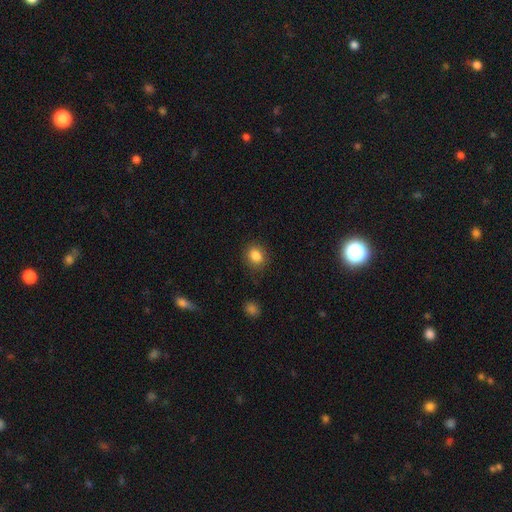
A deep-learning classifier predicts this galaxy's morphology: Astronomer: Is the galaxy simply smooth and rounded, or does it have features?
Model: smooth — 85%.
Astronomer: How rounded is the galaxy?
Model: round — 57% (runner-up: in between, 42%).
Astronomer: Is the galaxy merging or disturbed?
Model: none — 84%.